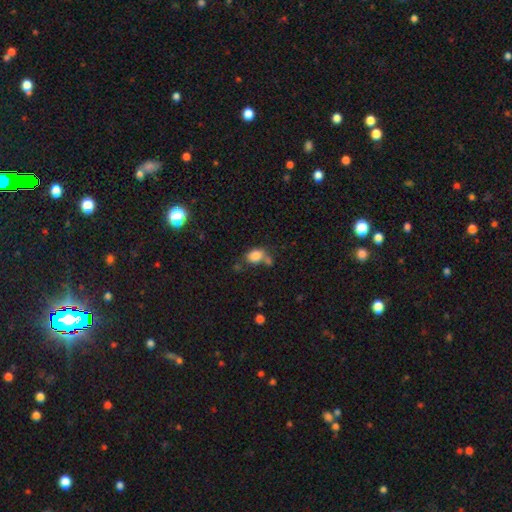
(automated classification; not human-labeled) Smooth or featured: smooth — 82% (star or artifact — 10%)
How rounded: in between — 70% (round — 29%)
Merging: none — 50% (merger — 26%)